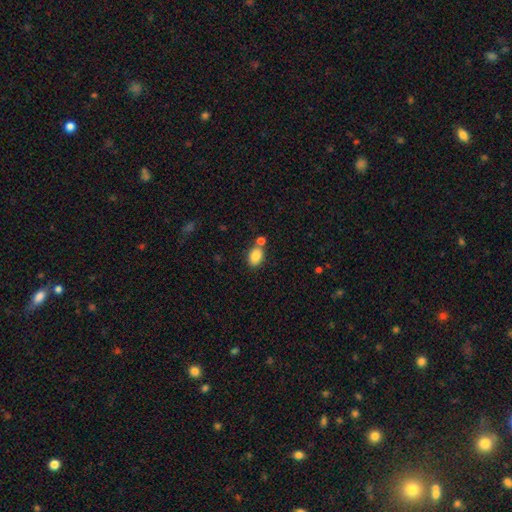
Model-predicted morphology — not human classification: This is clearly a smooth galaxy (85%). How rounded: likely in between (73%). Merging: likely none (61%).